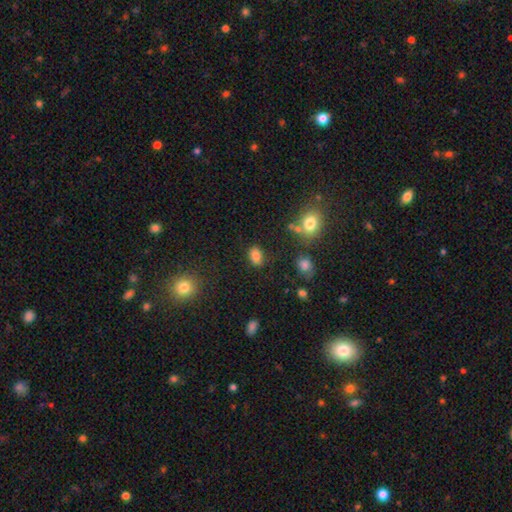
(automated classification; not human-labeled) Smooth or featured: smooth — 81% (star or artifact — 13%)
How rounded: in between — 83% (round — 15%)
Merging: none — 80% (minor disturbance — 12%)